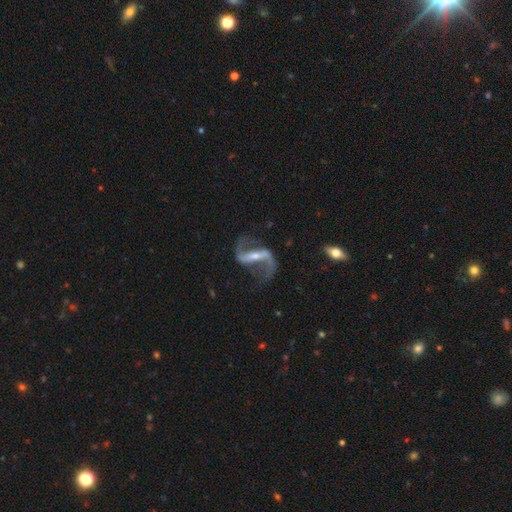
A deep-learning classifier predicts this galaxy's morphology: A featured or disk galaxy (92%) with a strong bar (71%), 2 (93%) loose (68%) spiral arms (96%) and a small central bulge (51%). Merging: none (73%).